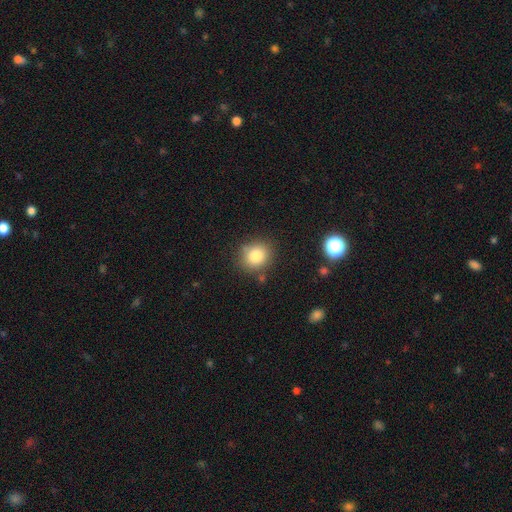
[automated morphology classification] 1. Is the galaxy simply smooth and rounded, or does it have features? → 81% smooth, 11% star or artifact, 8% featured or disk.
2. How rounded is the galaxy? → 76% round, 23% in between, 1% cigar-shaped.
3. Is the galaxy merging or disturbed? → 80% none, 12% minor disturbance, 4% merger, 3% major disturbance.